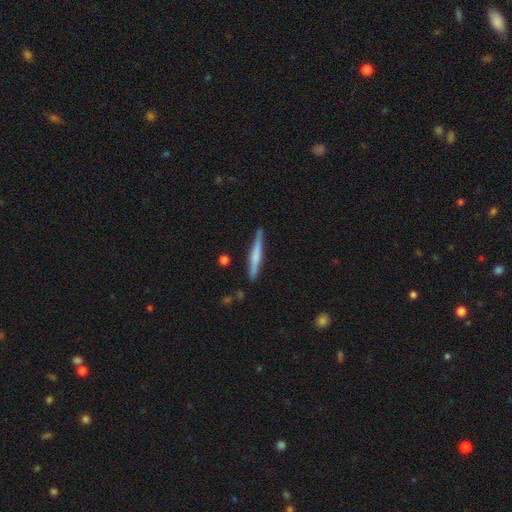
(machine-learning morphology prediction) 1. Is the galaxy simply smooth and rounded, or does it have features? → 49% smooth, 45% featured or disk, 6% star or artifact.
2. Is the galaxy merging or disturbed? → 86% none, 10% minor disturbance, 2% merger, 2% major disturbance.